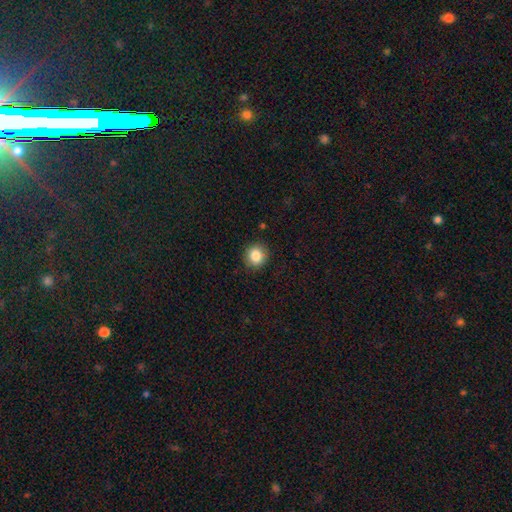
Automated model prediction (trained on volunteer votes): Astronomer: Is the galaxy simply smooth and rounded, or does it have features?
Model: smooth — 85%.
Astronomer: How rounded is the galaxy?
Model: round — 84%.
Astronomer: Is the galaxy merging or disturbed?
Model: none — 87%.